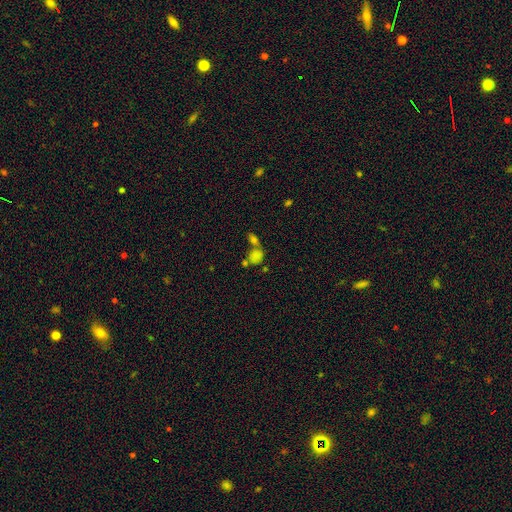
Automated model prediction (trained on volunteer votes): A smooth galaxy with no disk features (71%) that is round (51%).

Vote fractions:
- Smooth or featured? smooth: 71% / star or artifact: 17% / featured or disk: 13%
- How rounded? round: 51% / in between: 47% / cigar-shaped: 2%
- Merging? merger: 46% / none: 35% / minor disturbance: 12% / major disturbance: 8%